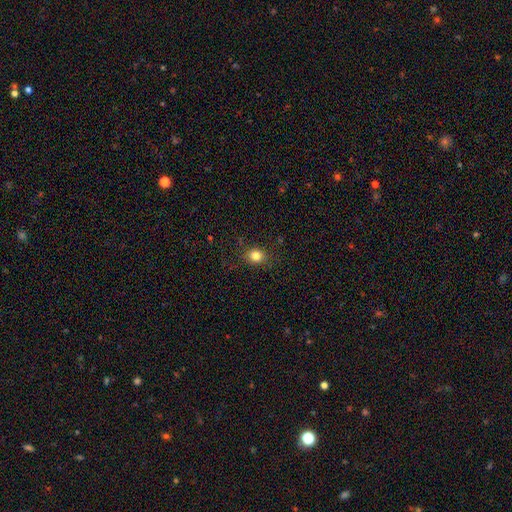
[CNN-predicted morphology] smooth-or-featured: smooth: 81% | star or artifact: 13% | featured or disk: 6%
  how-rounded: round: 71% | in between: 28% | cigar-shaped: 1%
  merging: none: 85% | minor disturbance: 11% | major disturbance: 4% | merger: 1%